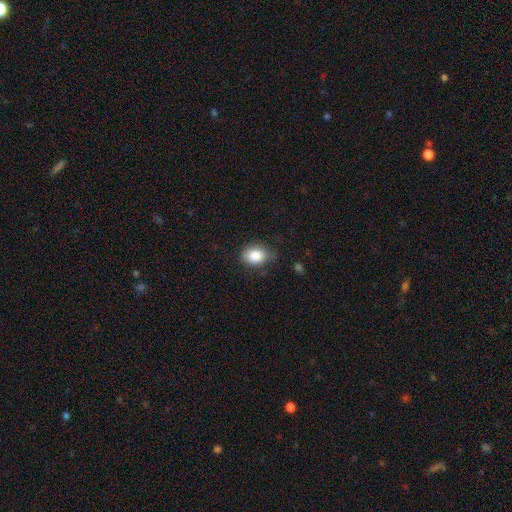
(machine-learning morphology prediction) A smooth galaxy with no disk features (85%) that is in between round and cigar-shaped (68%).

Vote fractions:
- Smooth or featured? smooth: 85% / star or artifact: 8% / featured or disk: 7%
- How rounded? in between: 68% / round: 31% / cigar-shaped: 1%
- Merging? none: 69% / minor disturbance: 24% / major disturbance: 5% / merger: 2%